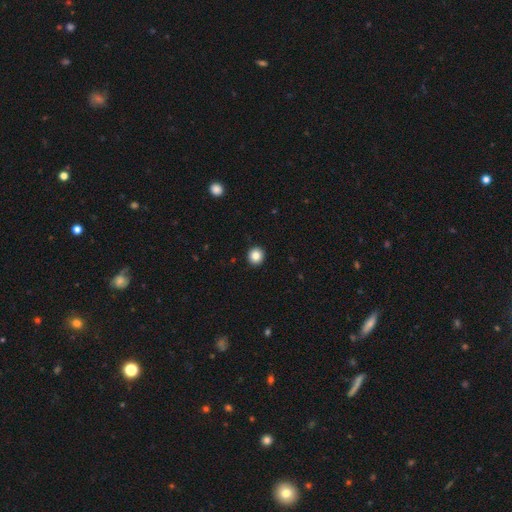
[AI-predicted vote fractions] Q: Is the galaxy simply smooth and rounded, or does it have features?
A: smooth — 86%.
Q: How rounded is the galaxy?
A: round — 91%.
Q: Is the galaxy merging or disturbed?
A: none — 93%.